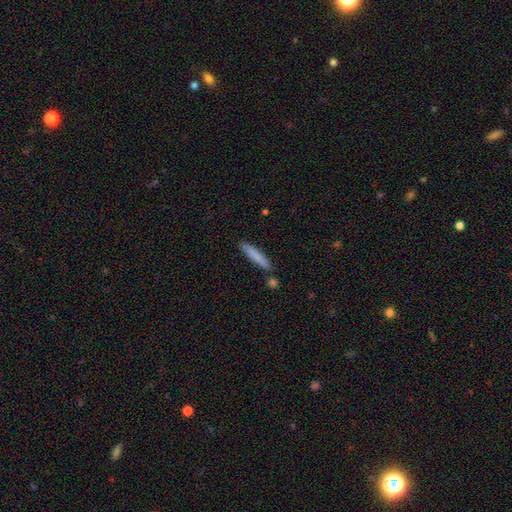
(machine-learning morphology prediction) smooth 80%, featured or disk 14%, star or artifact 6%. Down the decision tree: how rounded — cigar-shaped (92%); merging — none (83%).